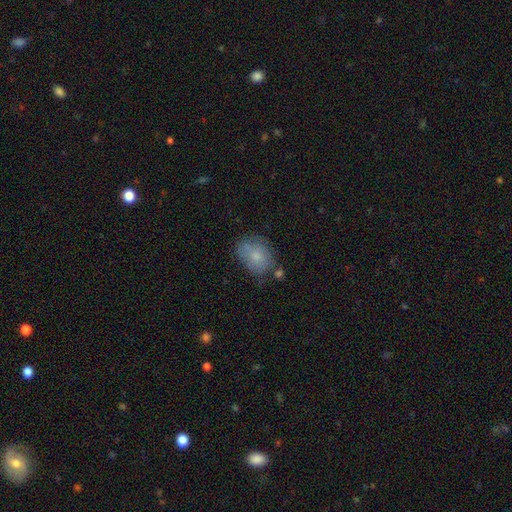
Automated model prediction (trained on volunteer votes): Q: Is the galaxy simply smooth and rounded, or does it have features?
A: smooth — 74%.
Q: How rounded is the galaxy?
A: in between — 65%.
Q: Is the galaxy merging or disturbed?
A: none — 55%.